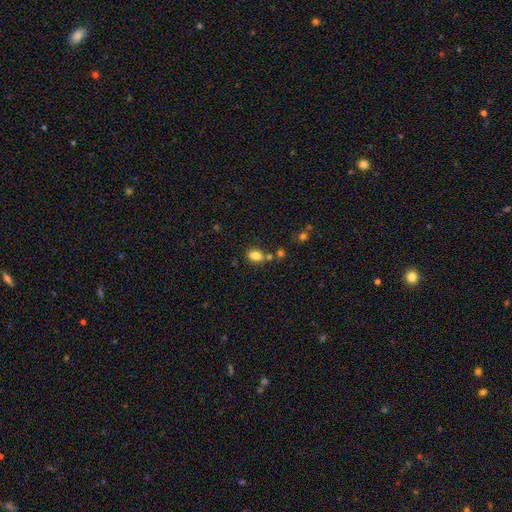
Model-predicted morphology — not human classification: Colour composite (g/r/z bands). It shows a smooth galaxy with no disk features (83%) that is in between round and cigar-shaped (82%). Merging: none (67%).